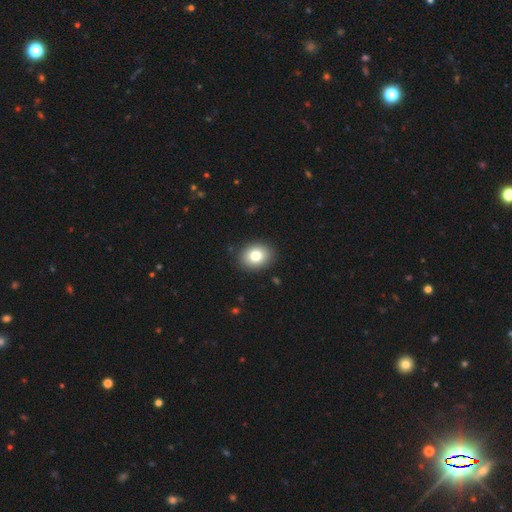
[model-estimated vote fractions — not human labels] Overall: smooth (80%). How rounded: in between (51%; round 48%). Merging: none (89%).